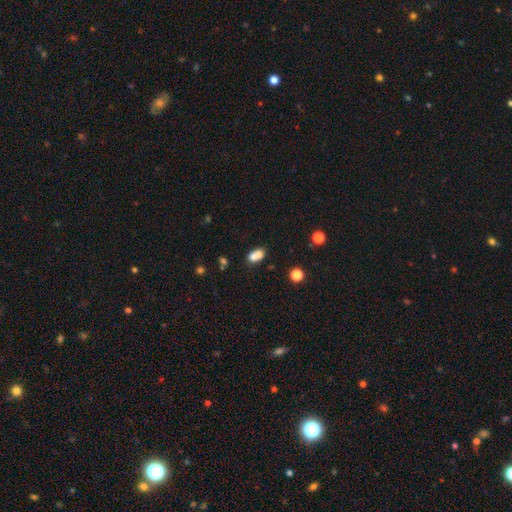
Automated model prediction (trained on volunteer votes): Smooth or featured?
  - smooth: 81% *
  - star or artifact: 11%
  - featured or disk: 8%
How rounded?
  - in between: 86% *
  - round: 9%
  - cigar-shaped: 5%
Merging?
  - none: 58% *
  - merger: 18%
  - minor disturbance: 18%
  - major disturbance: 5%